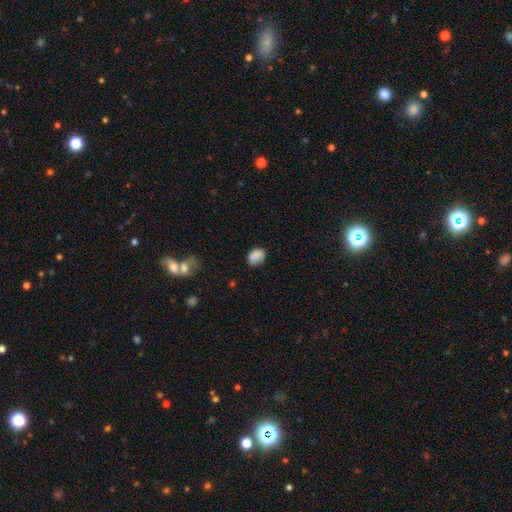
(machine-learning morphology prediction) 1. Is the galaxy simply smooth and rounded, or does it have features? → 83% smooth, 9% star or artifact, 8% featured or disk.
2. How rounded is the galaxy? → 64% in between, 34% round, 1% cigar-shaped.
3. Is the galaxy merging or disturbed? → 63% none, 27% minor disturbance, 7% major disturbance, 3% merger.